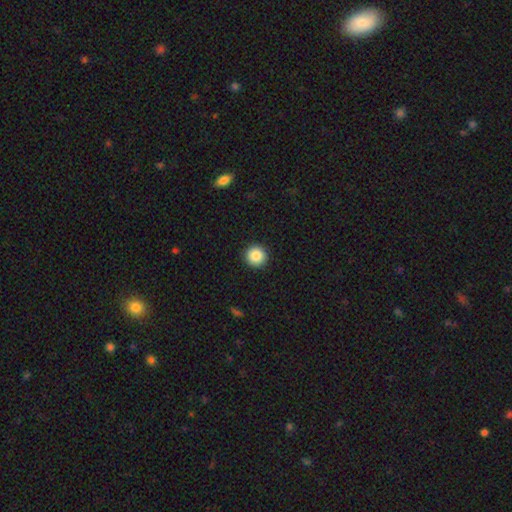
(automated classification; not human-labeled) Morphology: type=smooth (88%); roundness=round (96%); merging=none (93%).